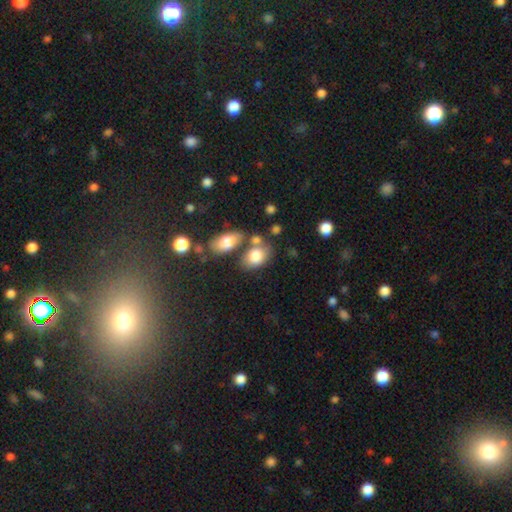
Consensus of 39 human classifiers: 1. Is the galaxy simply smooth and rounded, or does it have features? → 67% smooth, 23% featured or disk, 10% star or artifact.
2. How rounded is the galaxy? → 88% in between, 12% round, 0% cigar-shaped.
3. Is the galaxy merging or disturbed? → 63% none, 17% minor disturbance, 17% merger, 3% major disturbance.